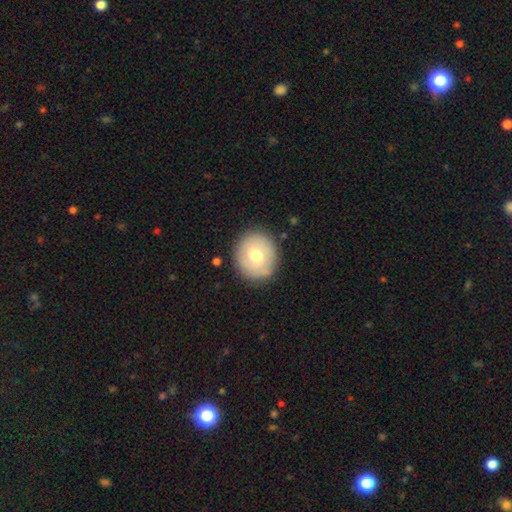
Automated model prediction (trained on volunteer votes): smooth-or-featured: smooth: 65% | featured or disk: 27% | star or artifact: 8%
  how-rounded: round: 86% | in between: 13% | cigar-shaped: 1%
  merging: none: 85% | minor disturbance: 10% | major disturbance: 3% | merger: 2%